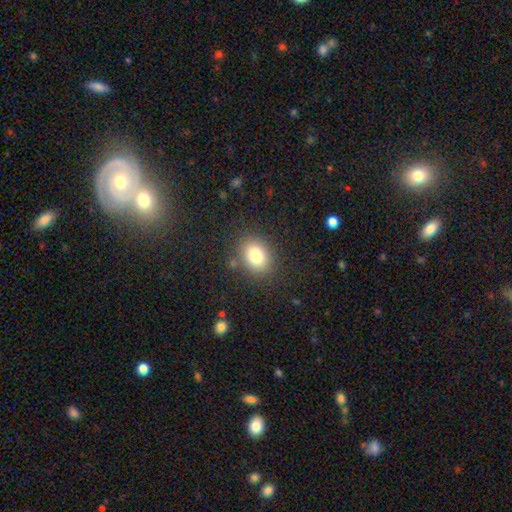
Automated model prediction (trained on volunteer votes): smooth_or_featured: smooth (p=0.80) [alt: star or artifact p=0.11]
how_rounded: in between (p=0.56) [alt: round p=0.43]
merging: none (p=0.84) [alt: minor disturbance p=0.10]